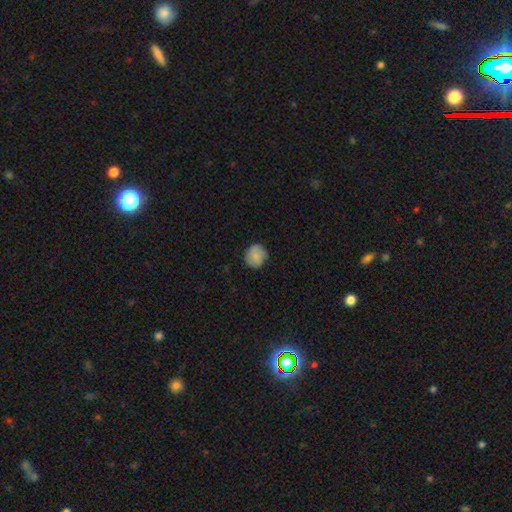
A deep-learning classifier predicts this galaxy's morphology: Smooth or featured? smooth (84%)
How rounded? round (91%)
Merging? none (85%)